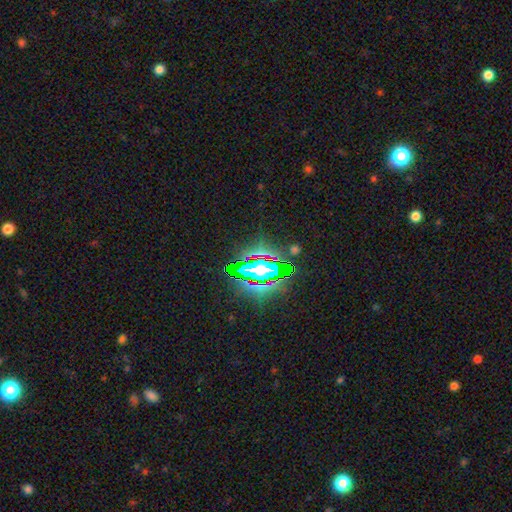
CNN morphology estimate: Smooth or featured?
  - star or artifact: 72% *
  - smooth: 15%
  - featured or disk: 13%